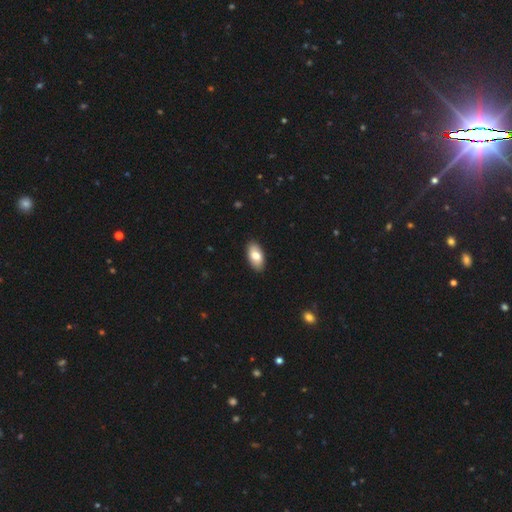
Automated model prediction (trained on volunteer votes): A smooth galaxy with no disk features (79%) that is in between round and cigar-shaped (94%). Merging: none (90%).